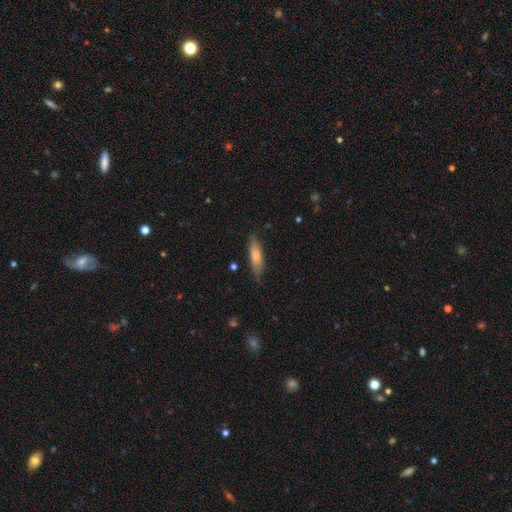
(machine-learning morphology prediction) Smooth or featured? Predicted: smooth (p=0.73). How rounded? Predicted: cigar-shaped (p=0.65). Merging? Predicted: none (p=0.75).